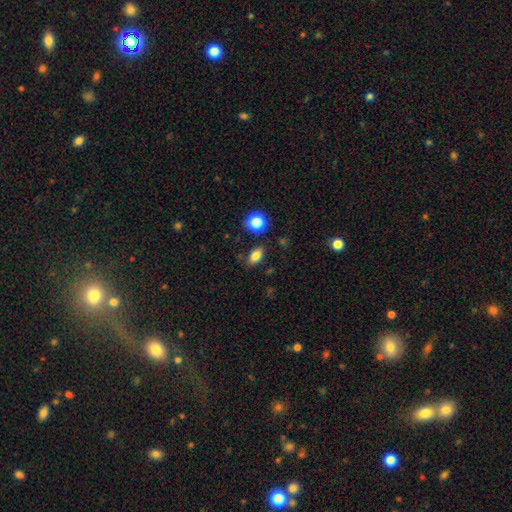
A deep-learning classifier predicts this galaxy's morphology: This is clearly a smooth galaxy (82%). How rounded: clearly in between (82%). Merging: clearly none (82%).